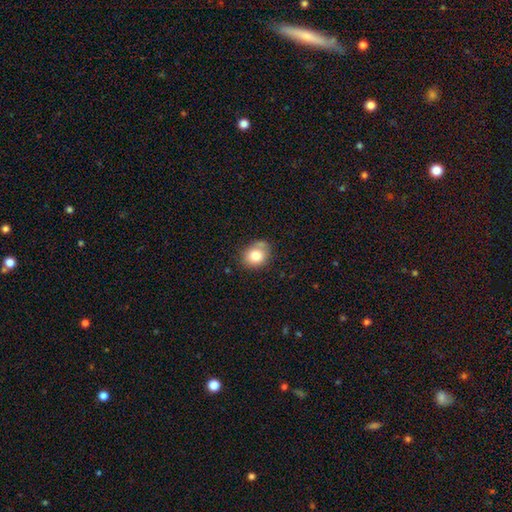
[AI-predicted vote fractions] Smooth or featured? Predicted: smooth (p=0.81). How rounded? Predicted: round (p=0.60). Merging? Predicted: none (p=0.66).